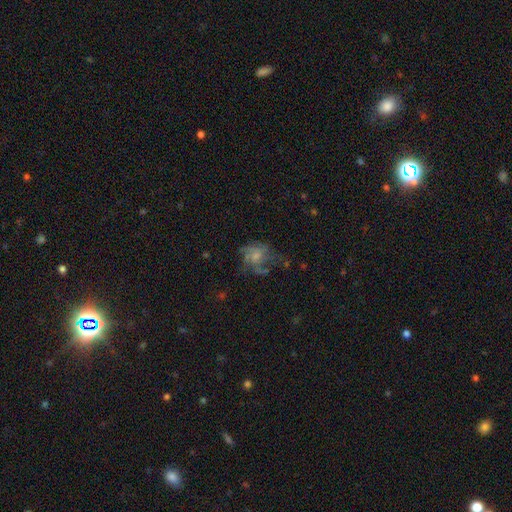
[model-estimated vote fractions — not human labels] The model was most divided on "bulge size": none: 34%, moderate: 29%, small: 28%, large: 7%, dominant: 2%. Remaining: edge-on disk — no (98%); bar — no (76%); spiral arms — yes (68%); smooth or featured — featured or disk (56%); merging — none (44%).